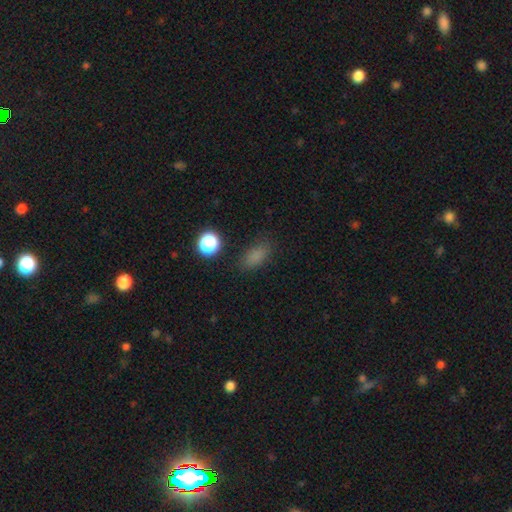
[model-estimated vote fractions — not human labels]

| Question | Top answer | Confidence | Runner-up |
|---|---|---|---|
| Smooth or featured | smooth | 79% | star or artifact (16%) |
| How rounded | in between | 80% | round (12%) |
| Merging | none | 80% | minor disturbance (13%) |